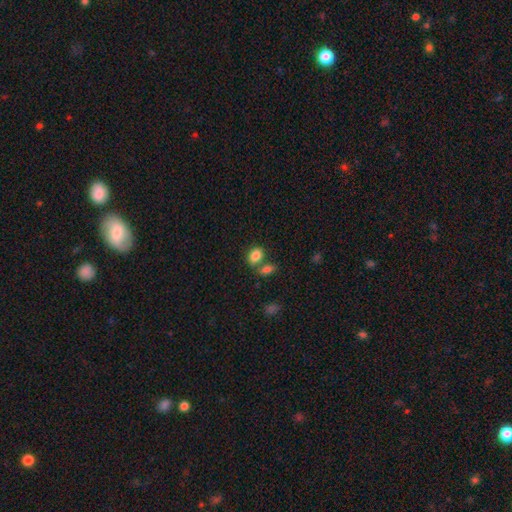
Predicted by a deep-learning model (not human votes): Q: Smooth or featured?
A: smooth (85%); runner-up: star or artifact (9%)
Q: How rounded?
A: in between (81%); runner-up: round (17%)
Q: Merging?
A: none (51%); runner-up: merger (34%)